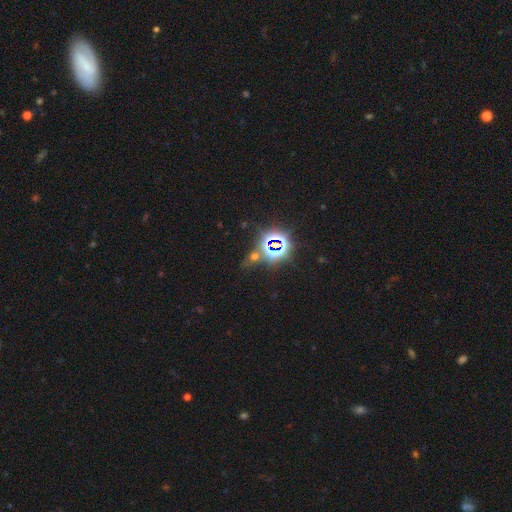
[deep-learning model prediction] Overall: star or artifact (73%).